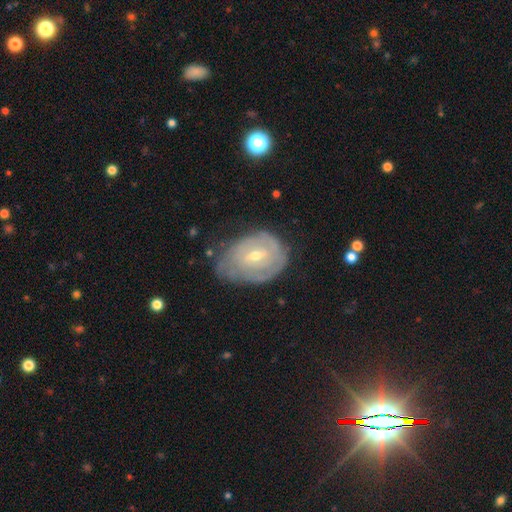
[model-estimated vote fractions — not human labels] A featured or disk galaxy (70%) with a weak bar (52%), spiral arms (75%) and a small central bulge (54%).

Vote fractions:
- Smooth or featured? featured or disk: 70% / smooth: 24% / star or artifact: 7%
- Edge-on disk? no: 95% / yes: 5%
- Bar? weak: 52% / no: 36% / strong: 12%
- Spiral arms? yes: 75% / no: 25%
- Bulge size? small: 54% / moderate: 42% / large: 1% / none: 1% / dominant: 1%
- Merging? none: 54% / minor disturbance: 32% / major disturbance: 12% / merger: 2%